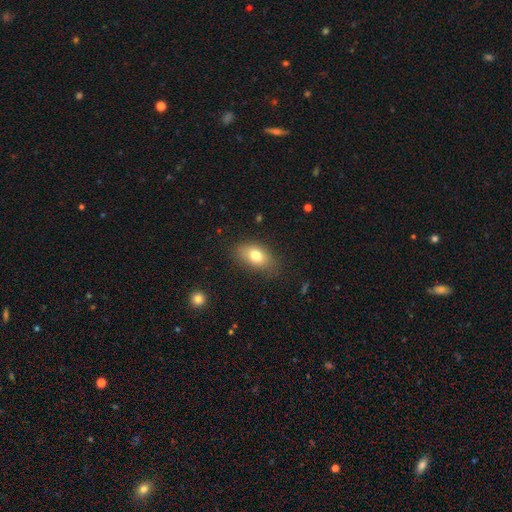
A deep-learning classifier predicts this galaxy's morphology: type=smooth (76%); roundness=in between (85%); merging=none (77%).